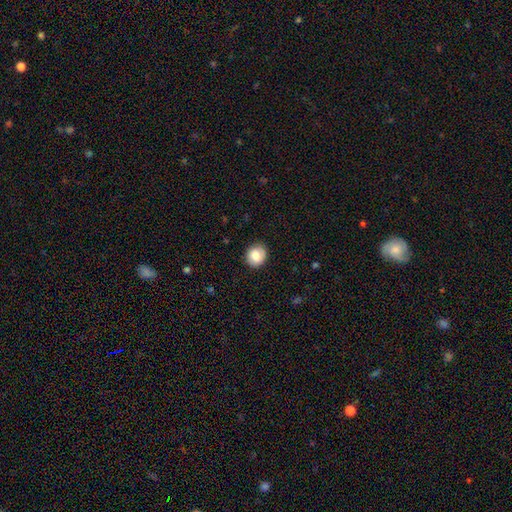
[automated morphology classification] A smooth galaxy with no disk features (81%) that is round (81%).

Vote fractions:
- Smooth or featured? smooth: 81% / featured or disk: 11% / star or artifact: 8%
- How rounded? round: 81% / in between: 18% / cigar-shaped: 1%
- Merging? none: 87% / minor disturbance: 10% / major disturbance: 2% / merger: 1%